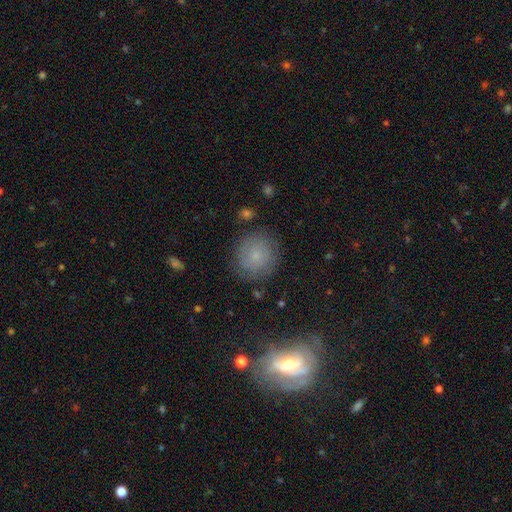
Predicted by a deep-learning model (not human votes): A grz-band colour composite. It shows a smooth galaxy with no disk features (65%) that is round (86%). Merging: none (80%).